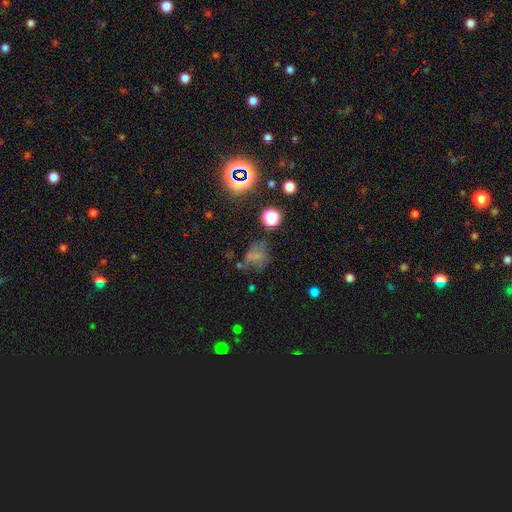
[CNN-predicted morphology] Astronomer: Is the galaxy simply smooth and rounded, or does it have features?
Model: smooth — 49% (runner-up: star or artifact, 28%).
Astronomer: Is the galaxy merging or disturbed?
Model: none — 45% (runner-up: major disturbance, 24%).